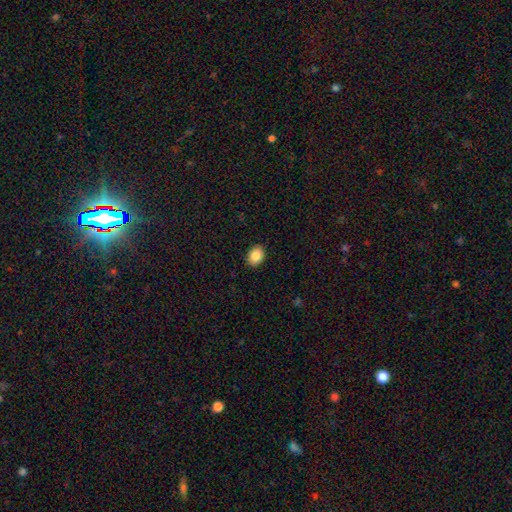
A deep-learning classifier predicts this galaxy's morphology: Smooth or featured? Predicted: smooth (p=0.85). How rounded? Predicted: in between (p=0.71). Merging? Predicted: none (p=0.90).